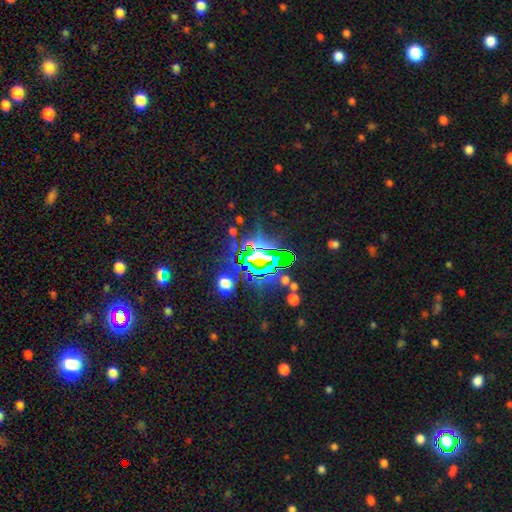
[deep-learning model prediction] star or artifact 74%, smooth 14%, featured or disk 13%.